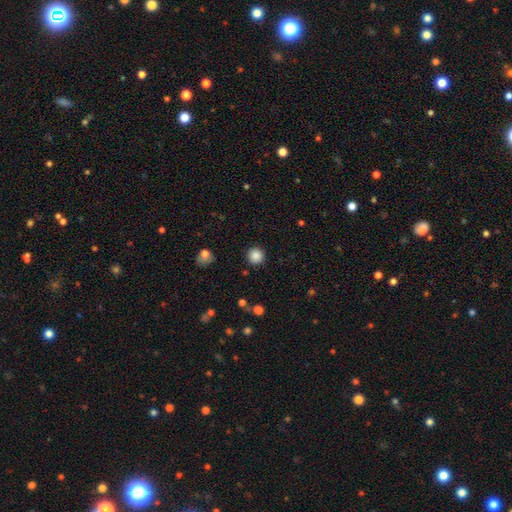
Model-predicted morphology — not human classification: Smooth or featured: smooth — 86% (star or artifact — 10%)
How rounded: round — 95% (in between — 4%)
Merging: none — 91% (minor disturbance — 5%)